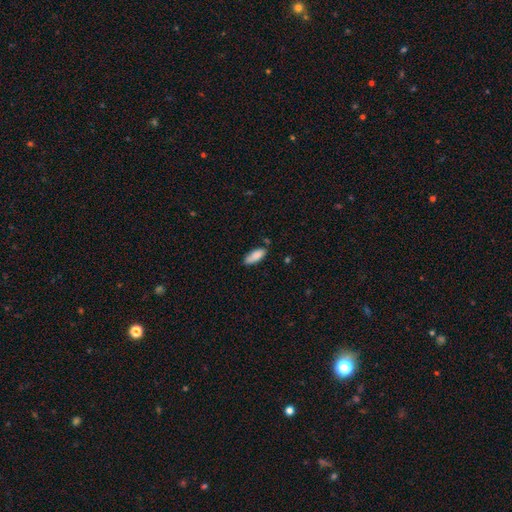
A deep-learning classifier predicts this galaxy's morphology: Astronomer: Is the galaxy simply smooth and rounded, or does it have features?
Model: smooth — 87%.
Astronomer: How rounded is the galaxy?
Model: in between — 72%.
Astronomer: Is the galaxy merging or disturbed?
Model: none — 74%.